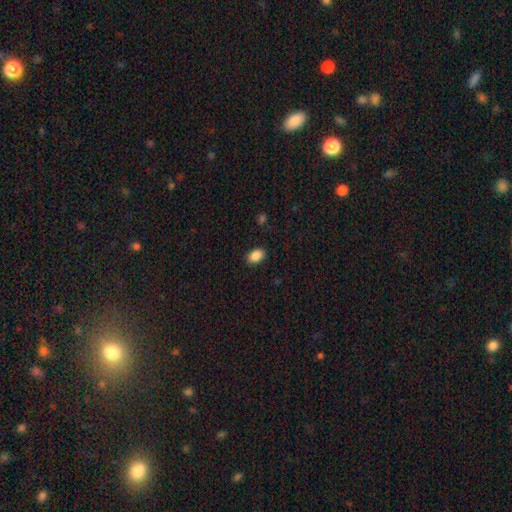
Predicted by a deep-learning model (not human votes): The model was most divided on "how rounded": in between: 83%, round: 16%, cigar-shaped: 1%. More confident: smooth or featured — smooth (88%); merging — none (88%).